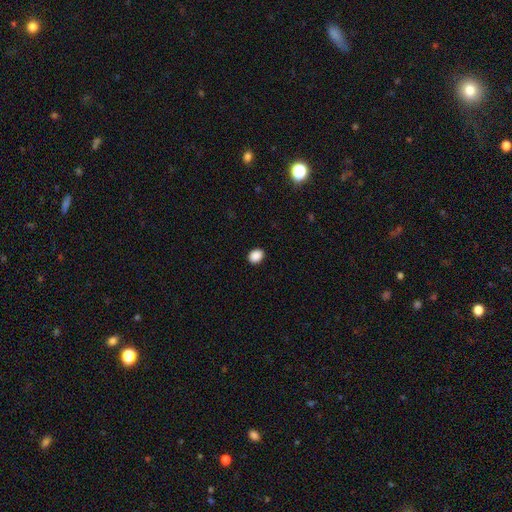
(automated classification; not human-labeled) Overall: smooth (89%). How rounded: in between (58%; round 41%). Merging: none (91%).